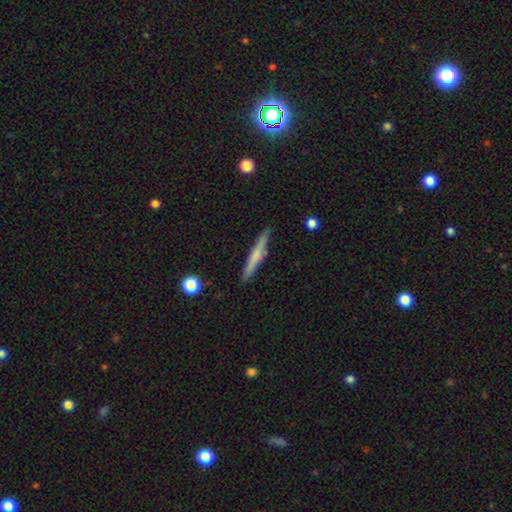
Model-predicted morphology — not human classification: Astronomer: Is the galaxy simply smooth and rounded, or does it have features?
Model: smooth — 52% (runner-up: featured or disk, 42%).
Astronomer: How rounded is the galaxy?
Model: cigar-shaped — 94%.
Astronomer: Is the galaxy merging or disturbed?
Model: none — 89%.